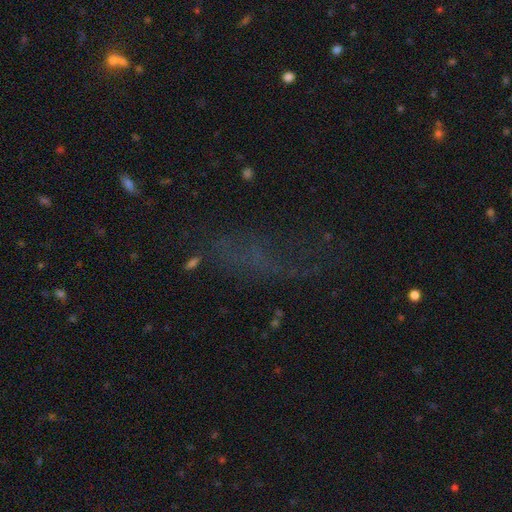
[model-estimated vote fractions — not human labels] Smooth or featured?
  - star or artifact: 39% *
  - smooth: 36%
  - featured or disk: 25%